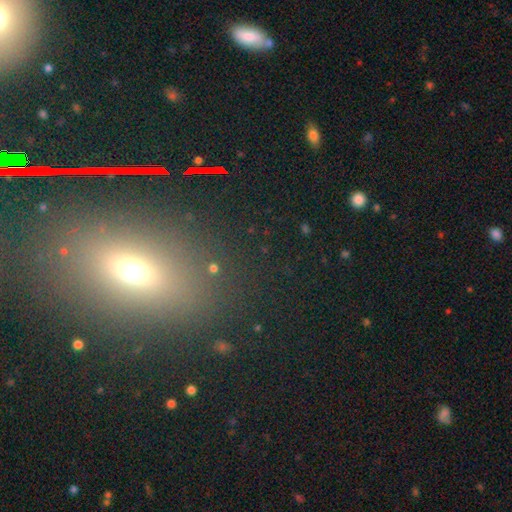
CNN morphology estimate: This appears to be a star or artifact, not a galaxy (43%).